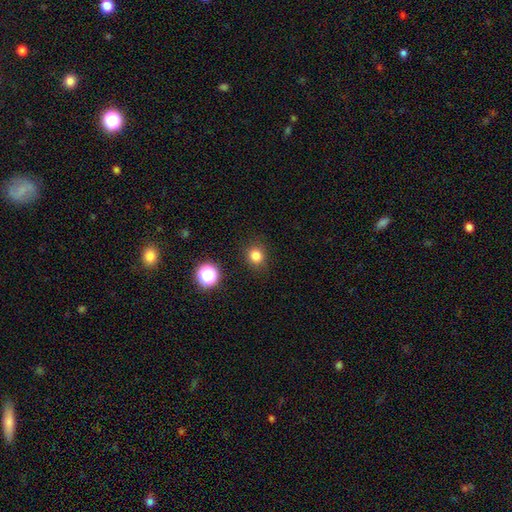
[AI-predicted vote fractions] Morphology: type=smooth (80%); roundness=round (83%); merging=none (89%).